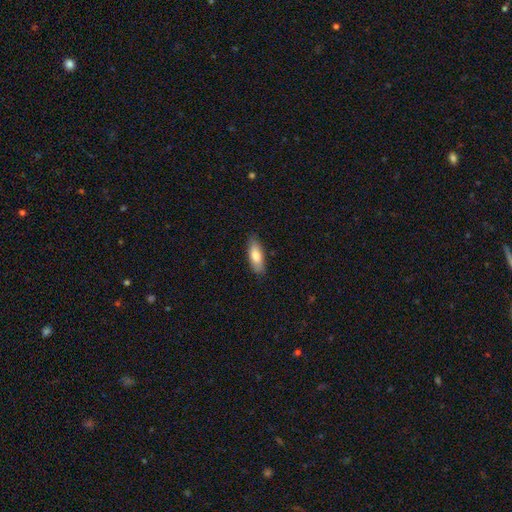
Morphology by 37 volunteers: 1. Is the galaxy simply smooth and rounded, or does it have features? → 86% smooth, 8% star or artifact, 5% featured or disk.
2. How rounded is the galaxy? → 56% in between, 44% cigar-shaped, 0% round.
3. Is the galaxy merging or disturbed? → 79% none, 15% minor disturbance, 3% major disturbance, 3% merger.